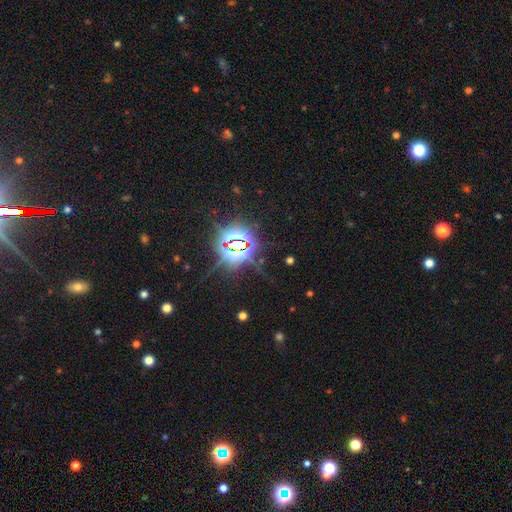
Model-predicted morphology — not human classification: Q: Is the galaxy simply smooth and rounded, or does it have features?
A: star or artifact — 84%.